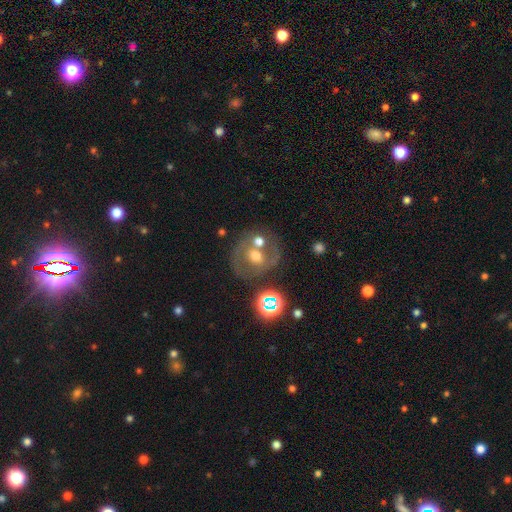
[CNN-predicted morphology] This is possibly a featured or disk galaxy (49%). Merging: possibly none (55%).